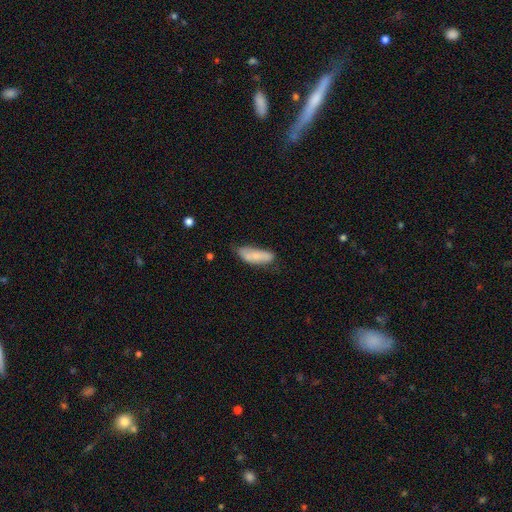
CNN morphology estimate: A smooth galaxy with no disk features (72%) that is in between round and cigar-shaped (70%).

Vote fractions:
- Smooth or featured? smooth: 72% / featured or disk: 22% / star or artifact: 6%
- How rounded? in between: 70% / cigar-shaped: 28% / round: 2%
- Merging? none: 53% / minor disturbance: 36% / major disturbance: 8% / merger: 3%